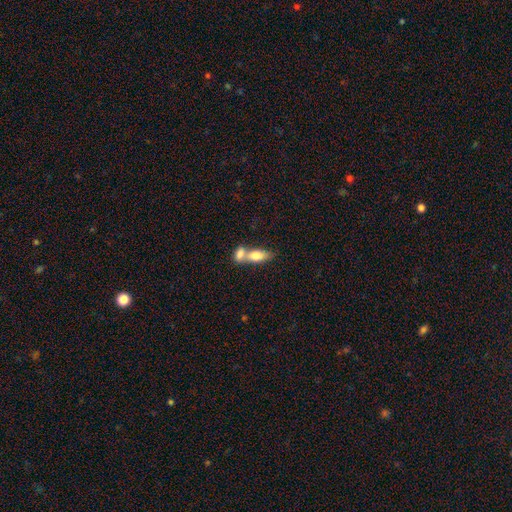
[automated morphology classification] Smooth or featured: smooth — 74% (featured or disk — 19%)
How rounded: in between — 83% (cigar-shaped — 11%)
Merging: merger — 69% (none — 21%)